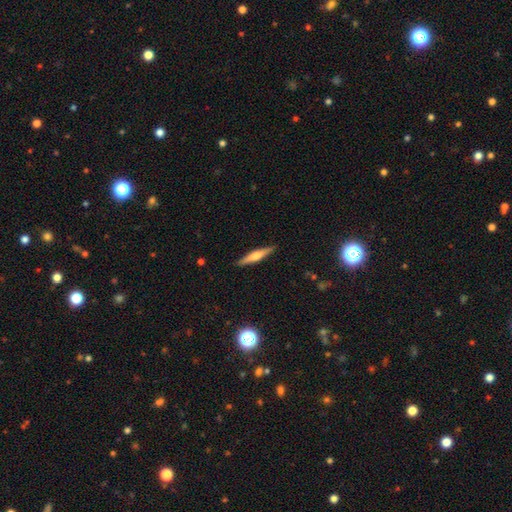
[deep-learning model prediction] The model was most divided on "smooth or featured": featured or disk: 57%, smooth: 37%, star or artifact: 6%. More confident: edge-on disk — yes (97%); merging — none (91%); edge-on bulge — rounded (87%).